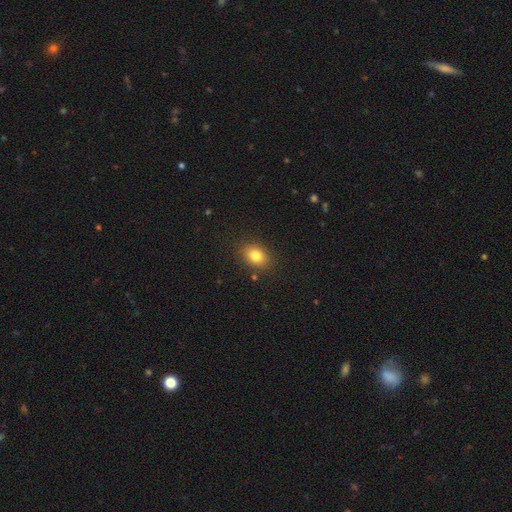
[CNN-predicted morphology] This is clearly a smooth galaxy (82%). How rounded: likely in between (61%). Merging: clearly none (85%).